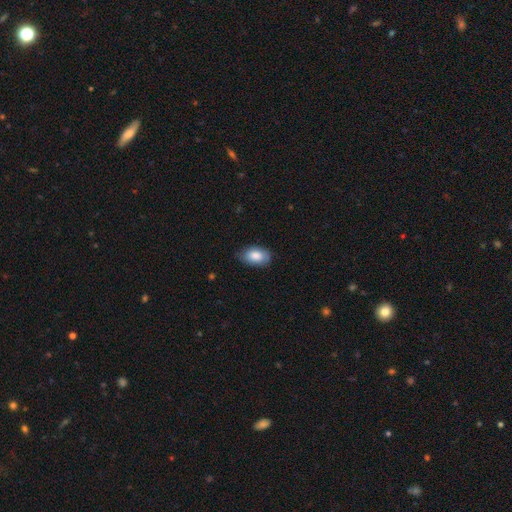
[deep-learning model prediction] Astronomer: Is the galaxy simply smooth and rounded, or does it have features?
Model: smooth — 84%.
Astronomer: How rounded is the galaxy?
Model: in between — 92%.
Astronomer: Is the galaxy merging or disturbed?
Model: none — 77%.